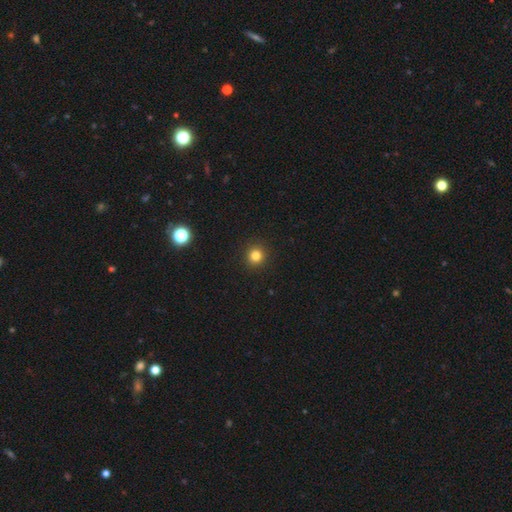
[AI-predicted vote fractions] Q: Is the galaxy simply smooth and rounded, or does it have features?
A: smooth — 82%.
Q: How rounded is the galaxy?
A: round — 93%.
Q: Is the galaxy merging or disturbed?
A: none — 93%.